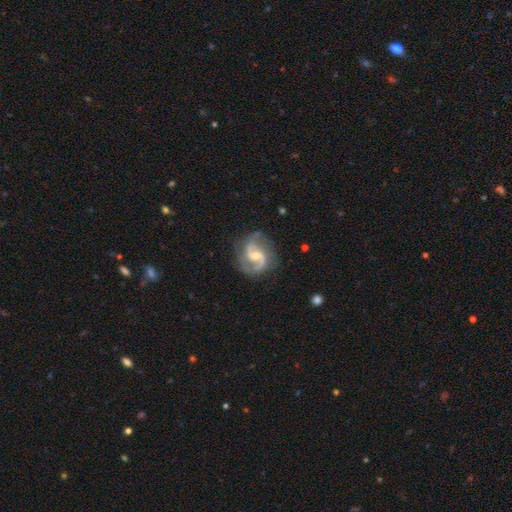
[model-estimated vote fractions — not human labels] smooth_or_featured: featured or disk (p=0.89) [alt: smooth p=0.06]
disk_edge_on: no (p=0.98) [alt: yes p=0.02]
bar: weak (p=0.54) [alt: no p=0.32]
has_spiral_arms: yes (p=0.97) [alt: no p=0.03]
spiral_winding: medium (p=0.57) [alt: loose p=0.26]
spiral_arm_count: 2 (p=0.90) [alt: 1 p=0.03]
bulge_size: moderate (p=0.47) [alt: small p=0.46]
merging: none (p=0.75) [alt: minor disturbance p=0.17]